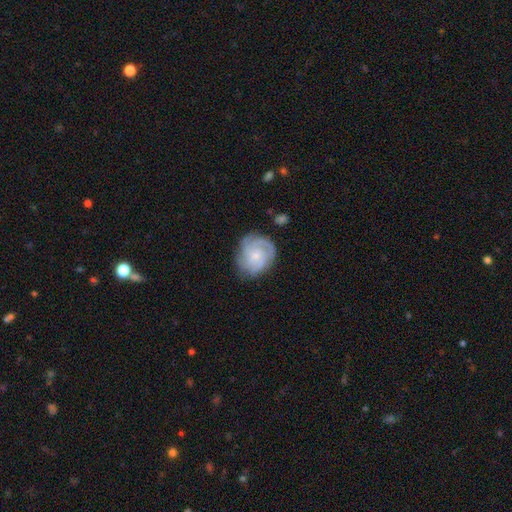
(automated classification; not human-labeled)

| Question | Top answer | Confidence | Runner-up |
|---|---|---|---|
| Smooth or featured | featured or disk | 71% | smooth (22%) |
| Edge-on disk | no | 98% | yes (2%) |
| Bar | no | 71% | weak (26%) |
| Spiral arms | yes | 93% | no (7%) |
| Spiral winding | tight | 58% | medium (33%) |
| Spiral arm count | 3 | 33% | can't tell (27%) |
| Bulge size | small | 52% | moderate (36%) |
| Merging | none | 71% | minor disturbance (20%) |